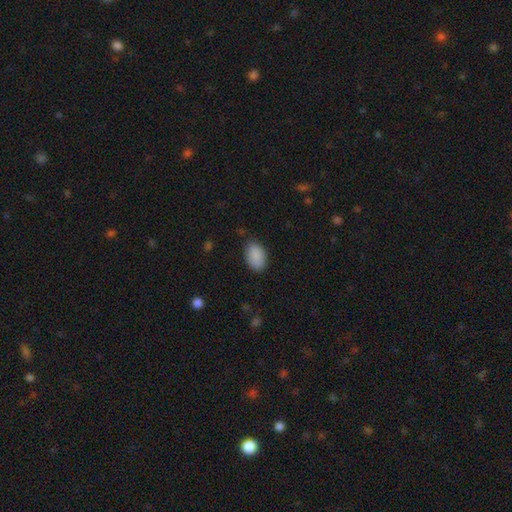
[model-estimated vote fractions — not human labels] This appears to be a smooth galaxy with no disk features (90%) that is in between round and cigar-shaped (91%). Merging: none (82%).